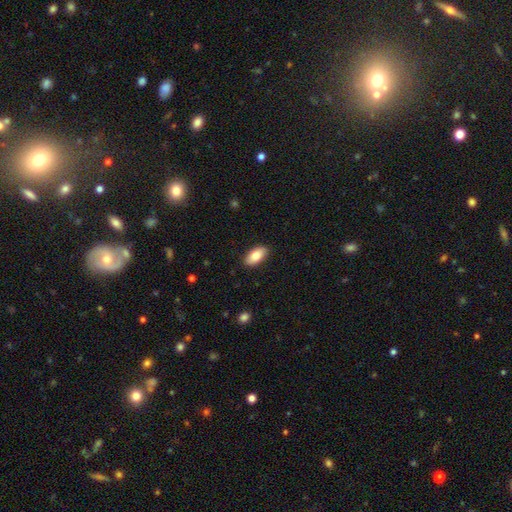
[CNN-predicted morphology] Smooth or featured? Predicted: smooth (p=0.81). How rounded? Predicted: in between (p=0.92). Merging? Predicted: none (p=0.88).